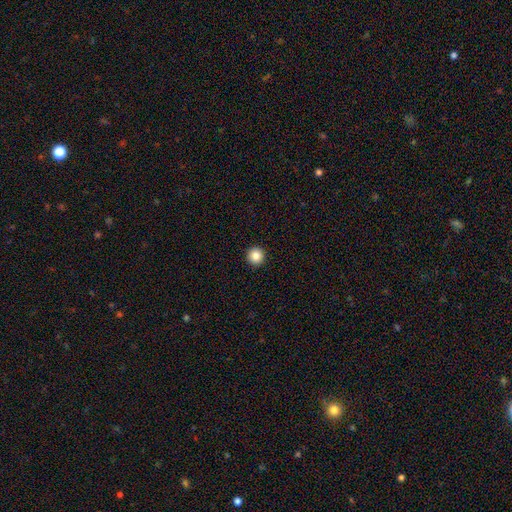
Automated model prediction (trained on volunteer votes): This appears to be a smooth galaxy with no disk features (86%) that is round (96%). Merging: none (94%).